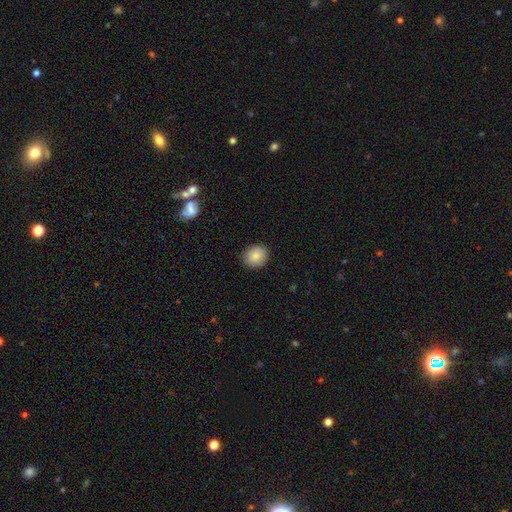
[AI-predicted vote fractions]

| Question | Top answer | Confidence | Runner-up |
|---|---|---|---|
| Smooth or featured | smooth | 86% | star or artifact (8%) |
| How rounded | round | 71% | in between (28%) |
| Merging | none | 90% | minor disturbance (8%) |